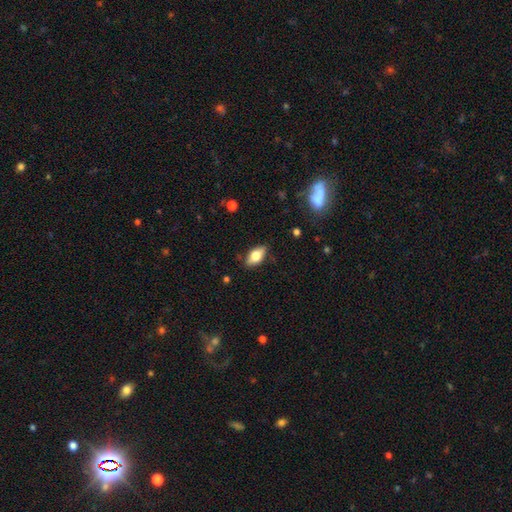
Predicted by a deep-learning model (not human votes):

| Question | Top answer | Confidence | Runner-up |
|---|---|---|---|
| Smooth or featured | smooth | 73% | featured or disk (20%) |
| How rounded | in between | 88% | cigar-shaped (8%) |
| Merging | none | 84% | minor disturbance (12%) |